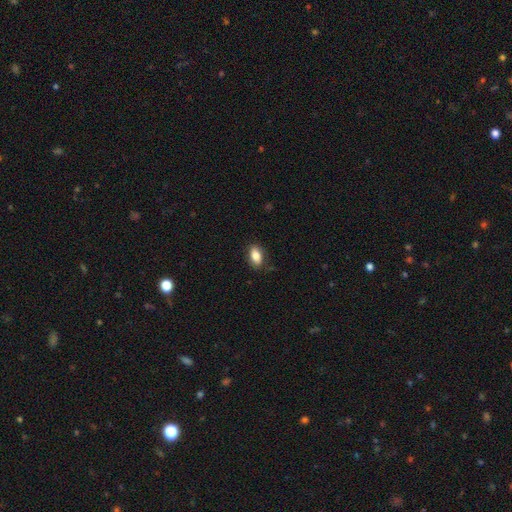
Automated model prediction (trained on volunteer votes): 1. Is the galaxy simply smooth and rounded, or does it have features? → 84% smooth, 8% featured or disk, 7% star or artifact.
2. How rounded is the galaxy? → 89% in between, 7% round, 4% cigar-shaped.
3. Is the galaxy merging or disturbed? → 84% none, 12% minor disturbance, 3% major disturbance, 1% merger.